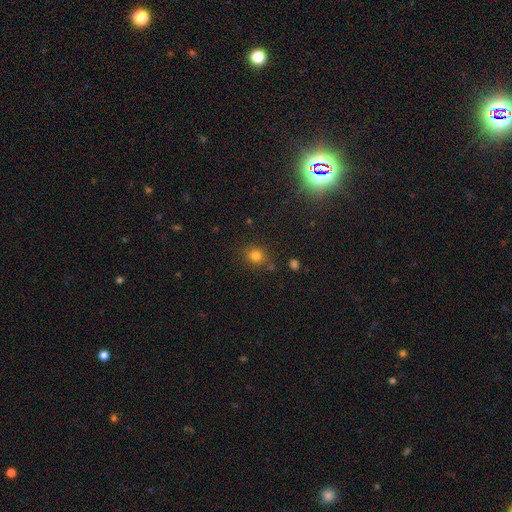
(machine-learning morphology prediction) This is likely a smooth galaxy (77%). How rounded: likely round (76%). Merging: clearly none (80%).